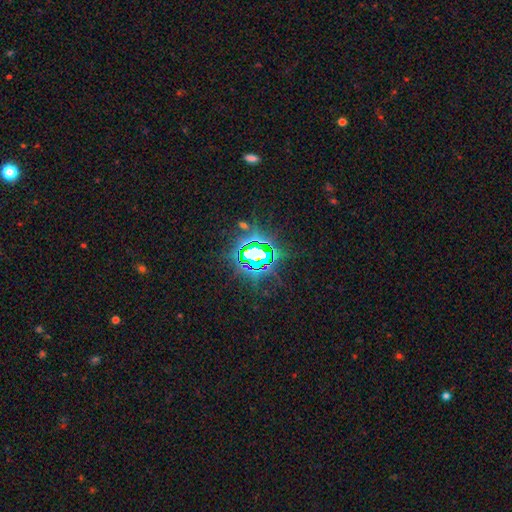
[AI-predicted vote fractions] The model was most divided on "smooth or featured": star or artifact: 80%, smooth: 11%, featured or disk: 10%.